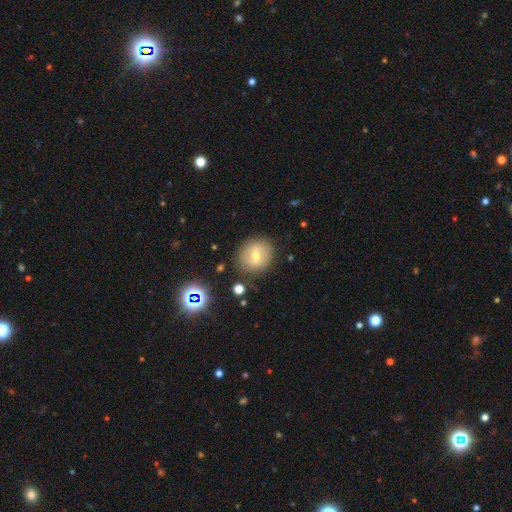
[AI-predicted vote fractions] Smooth or featured? Predicted: smooth (p=0.56). How rounded? Predicted: round (p=0.80). Merging? Predicted: none (p=0.82).